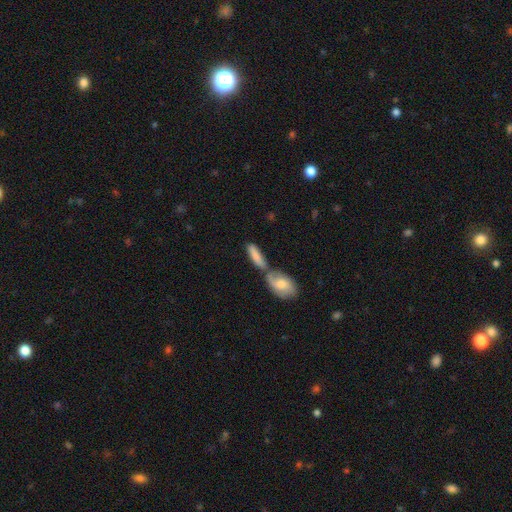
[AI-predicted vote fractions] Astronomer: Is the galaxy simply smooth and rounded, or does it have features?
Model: smooth — 75%.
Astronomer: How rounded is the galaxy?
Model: in between — 52% (runner-up: cigar-shaped, 45%).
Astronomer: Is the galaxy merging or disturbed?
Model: merger — 48% (runner-up: none, 35%).